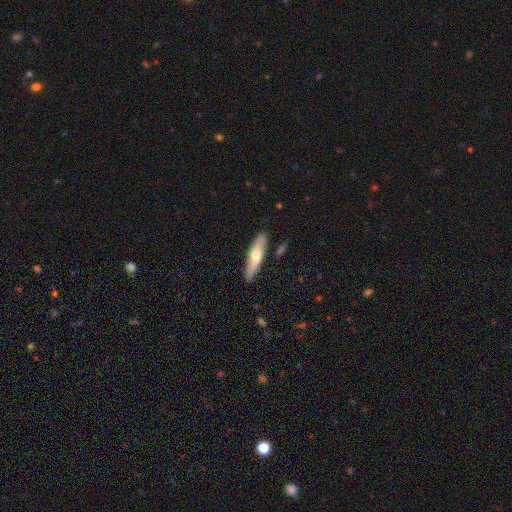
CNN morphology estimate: type=smooth (56%); roundness=cigar-shaped (70%); merging=none (85%).